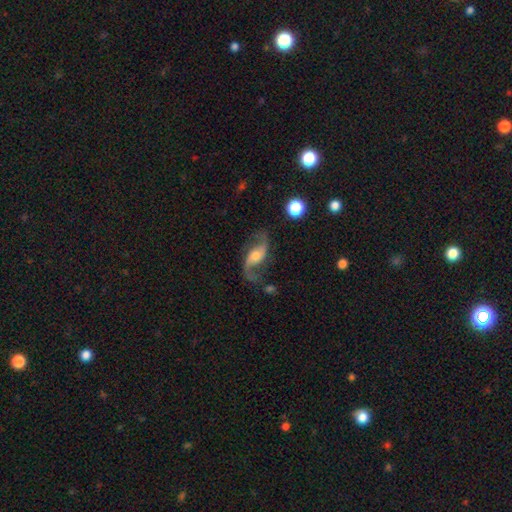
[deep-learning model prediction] Morphology: type=featured or disk (86%); edge-on=no (96%); bar=no (45%); spiral arms=yes (96%); winding=loose (81%); arm count=2 (93%); bulge=moderate (52%); merging=none (68%).